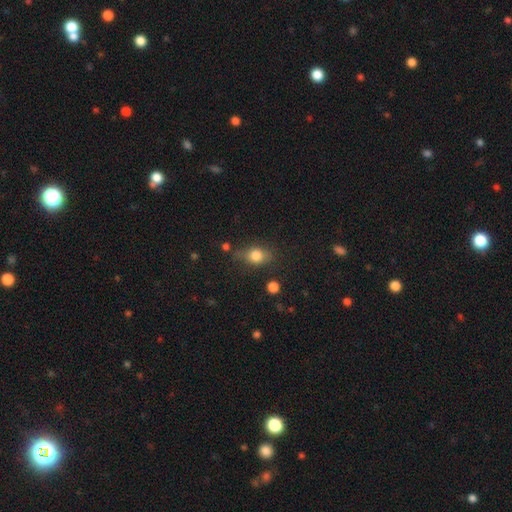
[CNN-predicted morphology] type=smooth (77%); roundness=in between (56%); merging=none (61%).